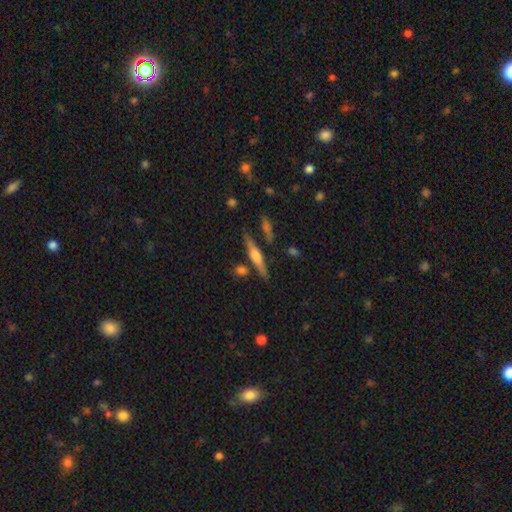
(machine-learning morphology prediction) Smooth or featured? Predicted: featured or disk (p=0.59). Edge-on disk? Predicted: yes (p=0.96). Edge-on bulge? Predicted: rounded (p=0.78). Merging? Predicted: none (p=0.79).